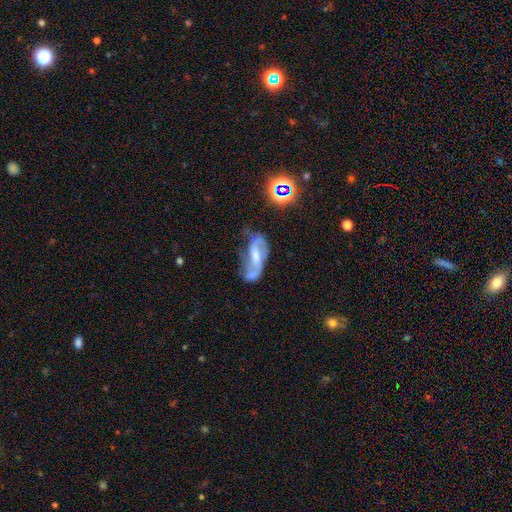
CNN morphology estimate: Smooth or featured? featured or disk (76%)
Edge-on disk? no (94%)
Bar? weak (45%)
Spiral arms? yes (87%)
Spiral winding? loose (49%)
Spiral arm count? 2 (79%)
Bulge size? moderate (49%)
Merging? none (35%)